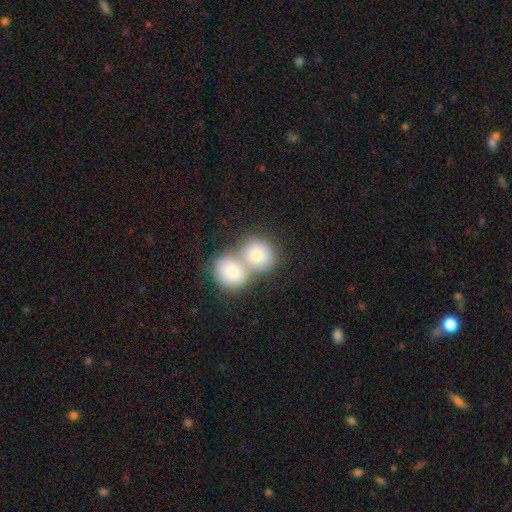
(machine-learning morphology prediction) This appears to be a smooth galaxy with no disk features (76%) that is round (74%). Merging: merger (65%).